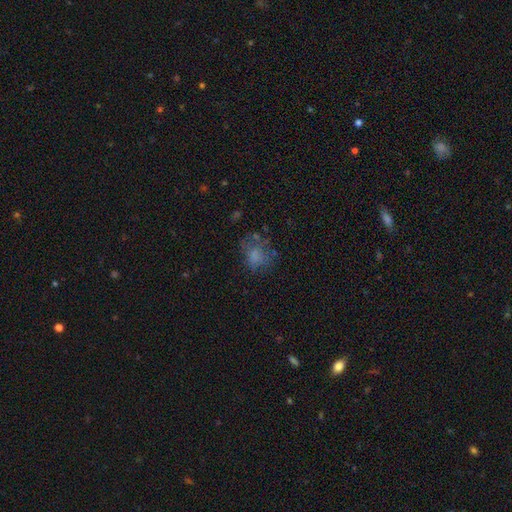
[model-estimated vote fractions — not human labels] Morphology: type=smooth (61%); roundness=round (58%); merging=none (50%).